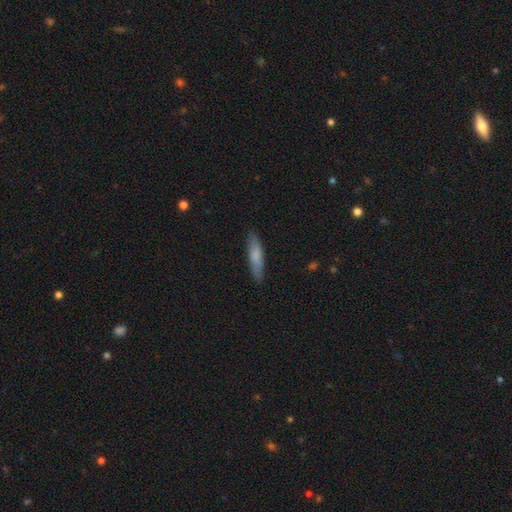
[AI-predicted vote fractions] smooth_or_featured: smooth (p=0.75) [alt: featured or disk p=0.20]
how_rounded: cigar-shaped (p=0.76) [alt: in between p=0.22]
merging: none (p=0.85) [alt: minor disturbance p=0.12]